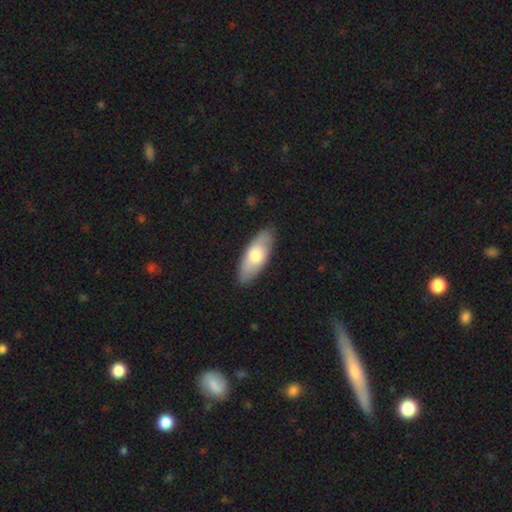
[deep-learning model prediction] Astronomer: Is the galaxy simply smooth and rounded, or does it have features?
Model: smooth — 67%.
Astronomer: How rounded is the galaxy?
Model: in between — 79%.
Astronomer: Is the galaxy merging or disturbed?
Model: none — 85%.